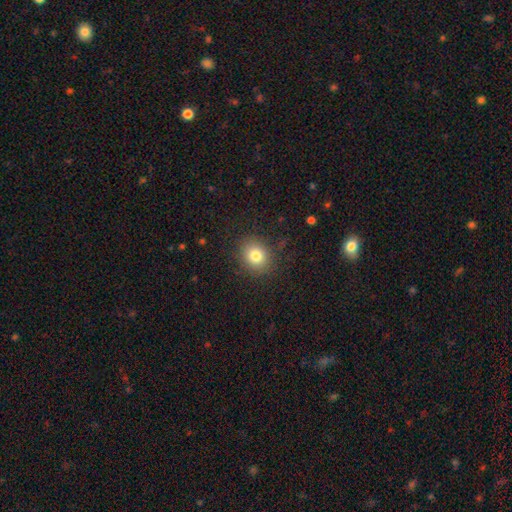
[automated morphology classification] This is likely a smooth galaxy (80%). How rounded: likely round (67%). Merging: clearly none (86%).